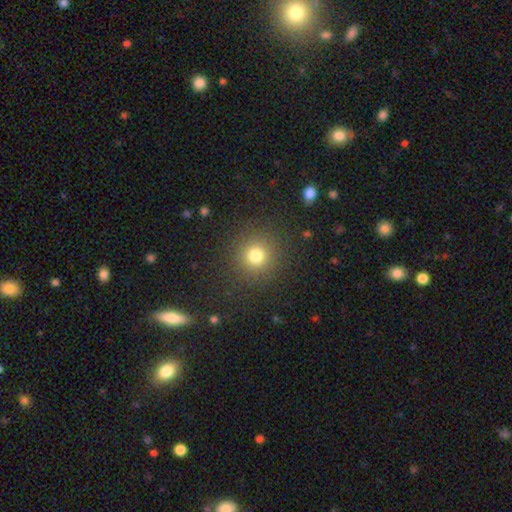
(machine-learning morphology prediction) smooth-or-featured: smooth: 76% | star or artifact: 17% | featured or disk: 8%
  how-rounded: round: 94% | in between: 5% | cigar-shaped: 1%
  merging: none: 89% | minor disturbance: 6% | major disturbance: 4% | merger: 1%